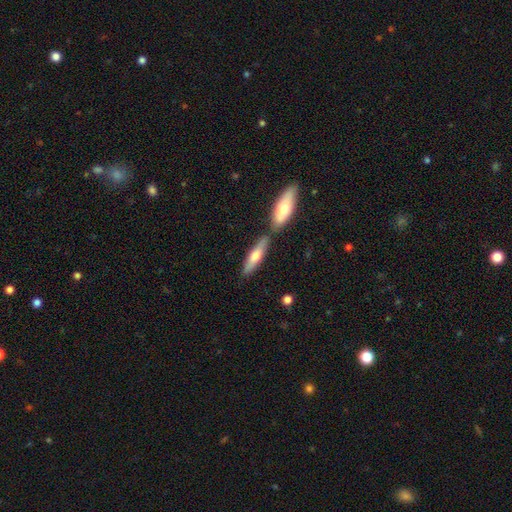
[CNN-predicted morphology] This is likely a smooth galaxy (61%). How rounded: likely cigar-shaped (69%). Merging: likely none (61%).